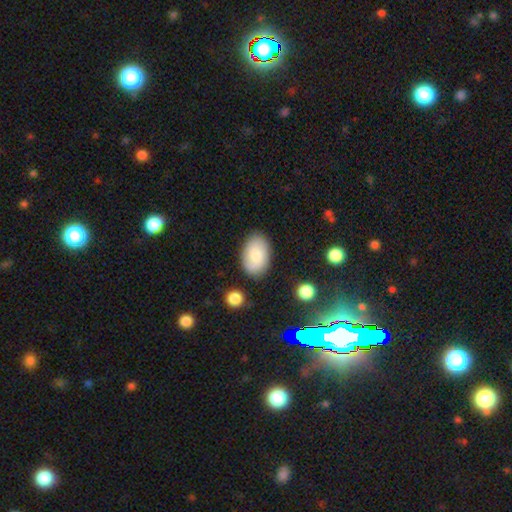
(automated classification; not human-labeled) A smooth galaxy with no disk features (78%) that is in between round and cigar-shaped (90%).

Vote fractions:
- Smooth or featured? smooth: 78% / featured or disk: 15% / star or artifact: 7%
- How rounded? in between: 90% / round: 9% / cigar-shaped: 1%
- Merging? none: 82% / minor disturbance: 12% / major disturbance: 3% / merger: 3%